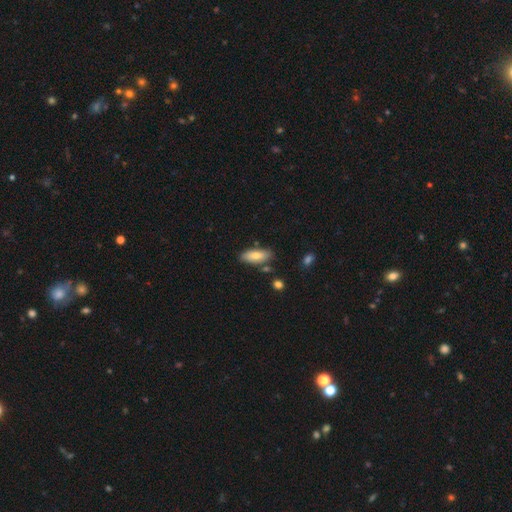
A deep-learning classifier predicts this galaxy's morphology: Smooth or featured?
  - smooth: 75% *
  - featured or disk: 19%
  - star or artifact: 7%
How rounded?
  - in between: 77% *
  - cigar-shaped: 21%
  - round: 2%
Merging?
  - none: 76% *
  - minor disturbance: 16%
  - merger: 5%
  - major disturbance: 3%